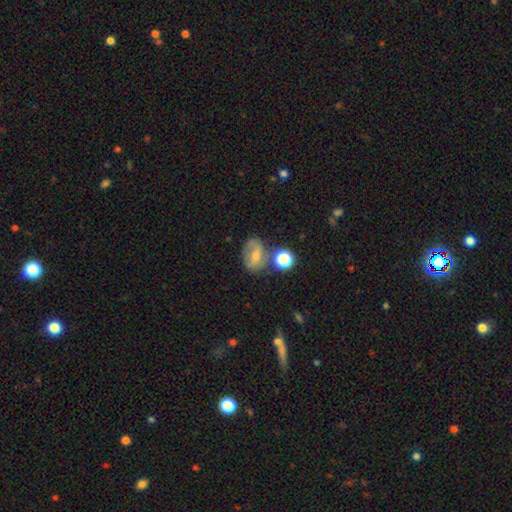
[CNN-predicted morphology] smooth 47%, featured or disk 39%, star or artifact 14%. Down the decision tree: merging — none (53%).